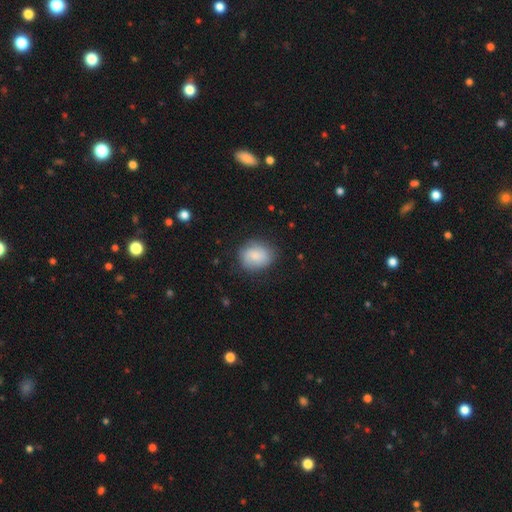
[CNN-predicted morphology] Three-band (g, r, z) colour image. It shows a smooth galaxy with no disk features (78%) that is round (59%). Merging: none (74%).